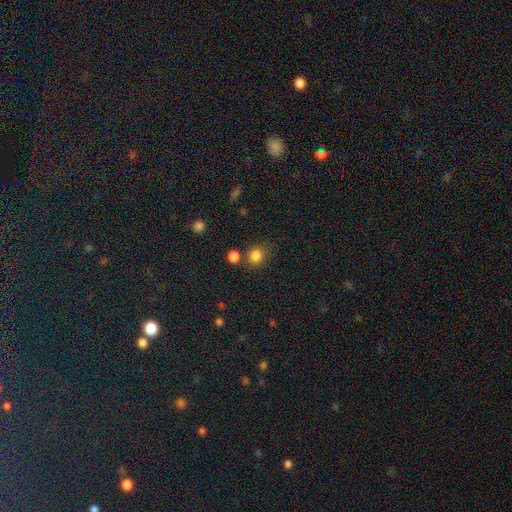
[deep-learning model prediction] smooth 83%, star or artifact 12%, featured or disk 5%. Down the decision tree: how rounded — round (72%); merging — none (68%).